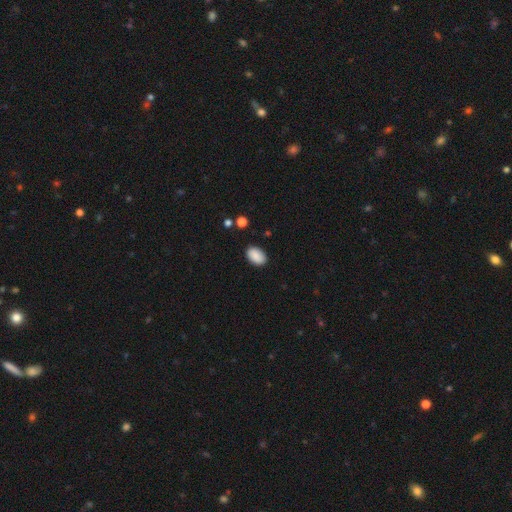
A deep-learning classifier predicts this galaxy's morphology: Q: Smooth or featured?
A: smooth (89%); runner-up: star or artifact (7%)
Q: How rounded?
A: in between (89%); runner-up: round (10%)
Q: Merging?
A: none (87%); runner-up: minor disturbance (10%)